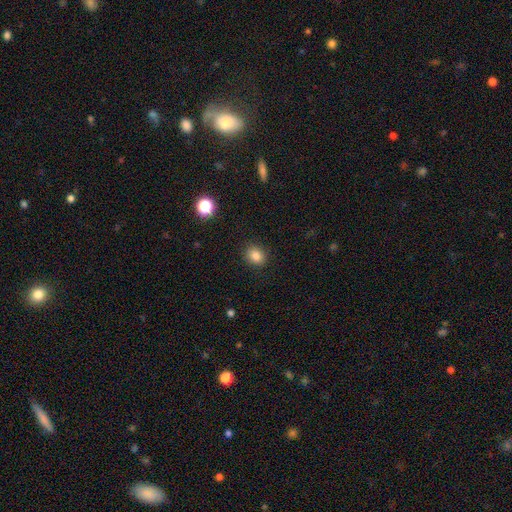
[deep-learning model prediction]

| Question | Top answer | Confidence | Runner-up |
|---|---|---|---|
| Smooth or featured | smooth | 84% | star or artifact (11%) |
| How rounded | round | 58% | in between (41%) |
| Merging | none | 89% | minor disturbance (8%) |